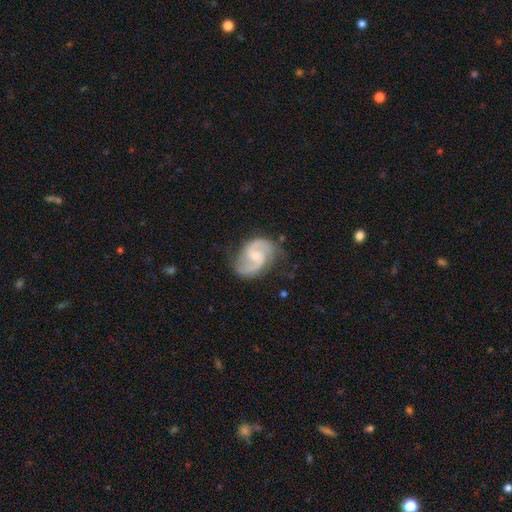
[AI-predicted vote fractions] Smooth or featured: featured or disk — 88% (smooth — 7%)
Edge-on disk: no — 98% (yes — 2%)
Bar: weak — 52% (no — 39%)
Spiral arms: yes — 98% (no — 2%)
Spiral winding: medium — 59% (loose — 24%)
Spiral arm count: 2 — 93% (can't tell — 3%)
Bulge size: small — 42% (moderate — 35%)
Merging: none — 73% (minor disturbance — 19%)